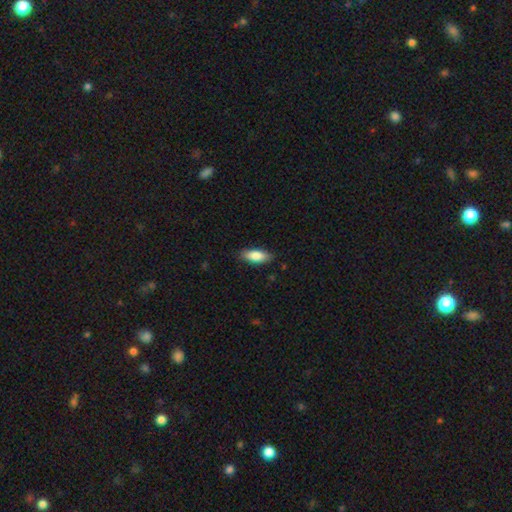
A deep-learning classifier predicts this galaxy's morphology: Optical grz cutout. It shows a smooth galaxy with no disk features (83%) that is in between round and cigar-shaped (77%). Merging: none (85%).